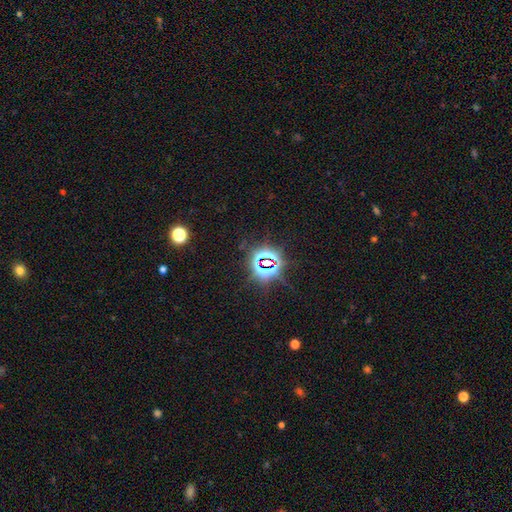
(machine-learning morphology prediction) Smooth or featured?
  - star or artifact: 82% *
  - smooth: 11%
  - featured or disk: 7%